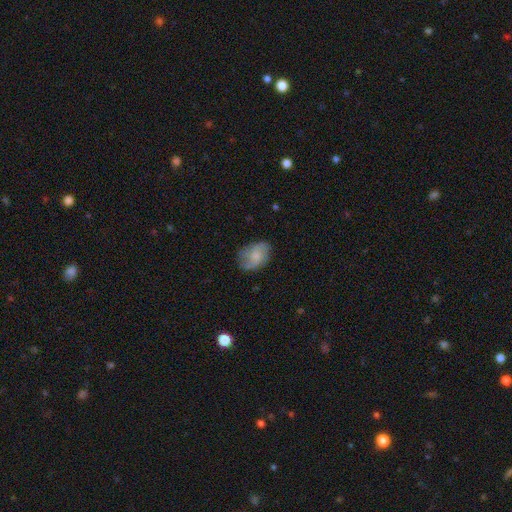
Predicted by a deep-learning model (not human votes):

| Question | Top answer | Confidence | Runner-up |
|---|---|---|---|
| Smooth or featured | featured or disk | 48% | smooth (44%) |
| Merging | none | 68% | minor disturbance (22%) |